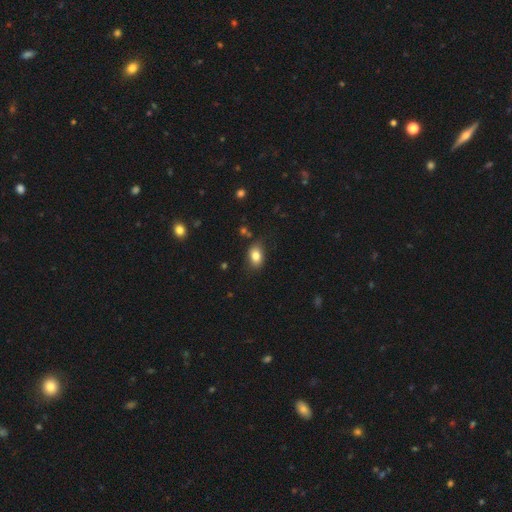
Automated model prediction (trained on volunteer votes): smooth-or-featured: smooth: 82% | star or artifact: 9% | featured or disk: 8%
  how-rounded: in between: 78% | round: 20% | cigar-shaped: 1%
  merging: none: 79% | minor disturbance: 16% | major disturbance: 3% | merger: 2%